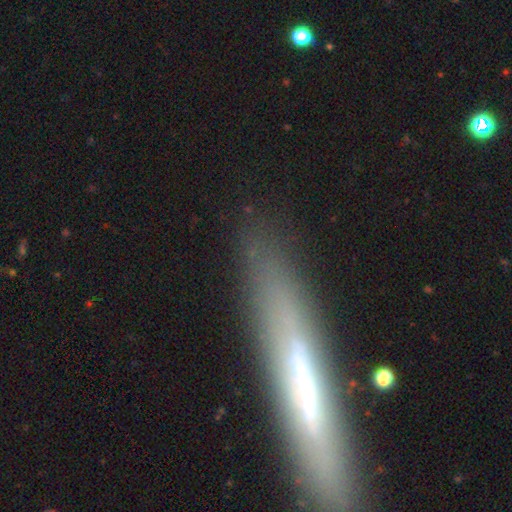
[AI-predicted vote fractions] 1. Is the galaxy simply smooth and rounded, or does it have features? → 57% featured or disk, 30% smooth, 13% star or artifact.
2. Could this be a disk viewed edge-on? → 78% yes, 22% no.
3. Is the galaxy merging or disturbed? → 78% none, 14% minor disturbance, 6% major disturbance, 2% merger.